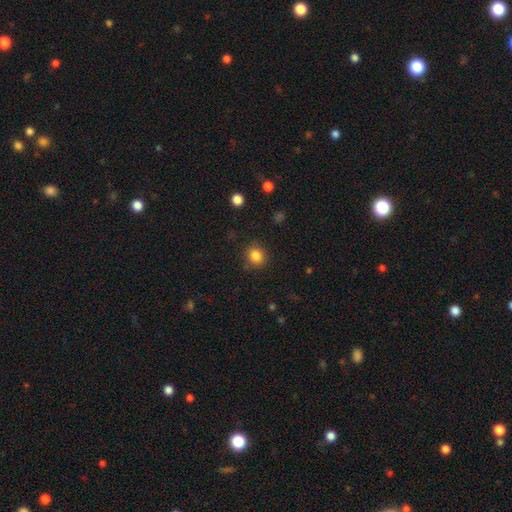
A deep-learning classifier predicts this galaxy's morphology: Smooth or featured? Predicted: smooth (p=0.85). How rounded? Predicted: round (p=0.84). Merging? Predicted: none (p=0.87).